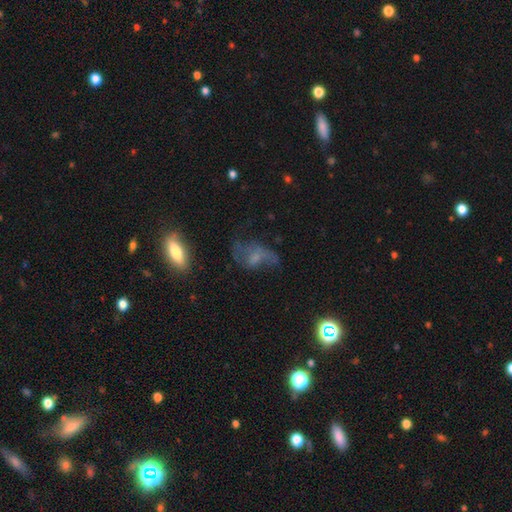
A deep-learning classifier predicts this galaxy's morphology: Smooth or featured? Predicted: featured or disk (p=0.47). Merging? Predicted: none (p=0.41).